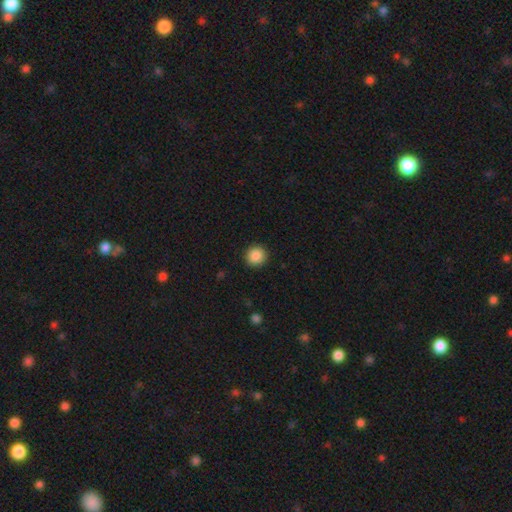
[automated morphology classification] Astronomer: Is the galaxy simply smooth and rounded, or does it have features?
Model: smooth — 88%.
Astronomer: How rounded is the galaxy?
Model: round — 94%.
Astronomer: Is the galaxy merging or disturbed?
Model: none — 92%.